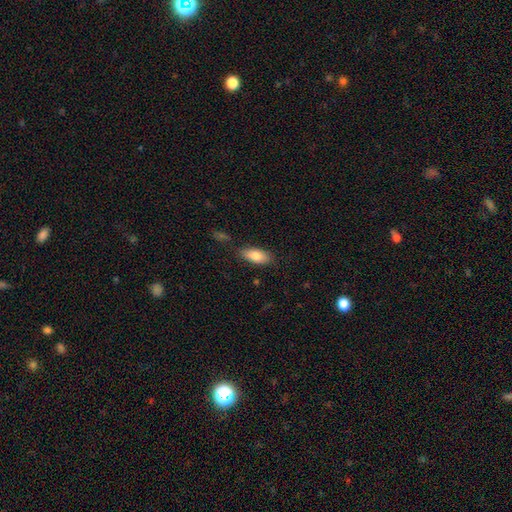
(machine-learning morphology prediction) Smooth or featured: smooth — 80% (featured or disk — 13%)
How rounded: in between — 85% (cigar-shaped — 12%)
Merging: none — 78% (minor disturbance — 15%)